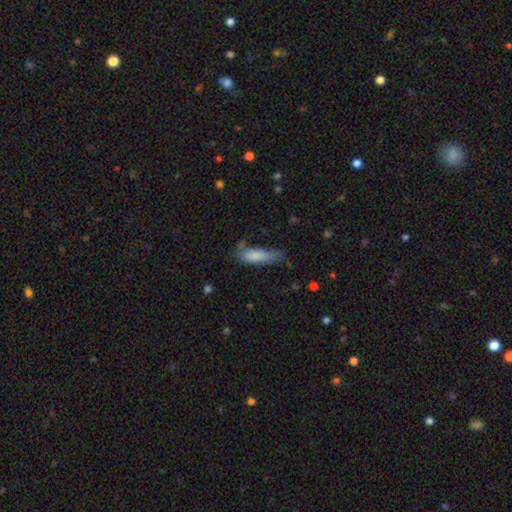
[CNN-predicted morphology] This appears to be a smooth galaxy with no disk features (79%) that is cigar-shaped (55%). Merging: none (42%).